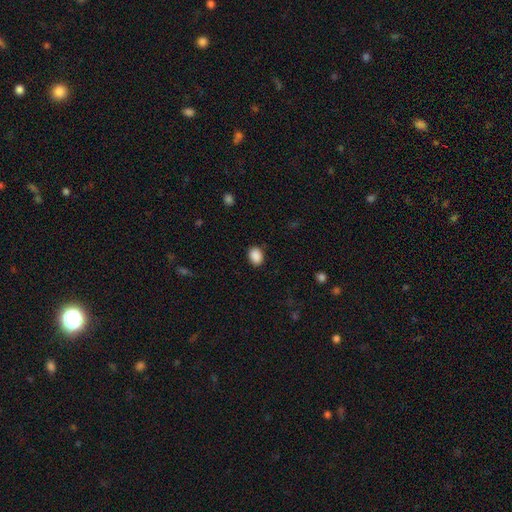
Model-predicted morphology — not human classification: A smooth galaxy with no disk features (89%) that is in between round and cigar-shaped (65%). Merging: none (88%).